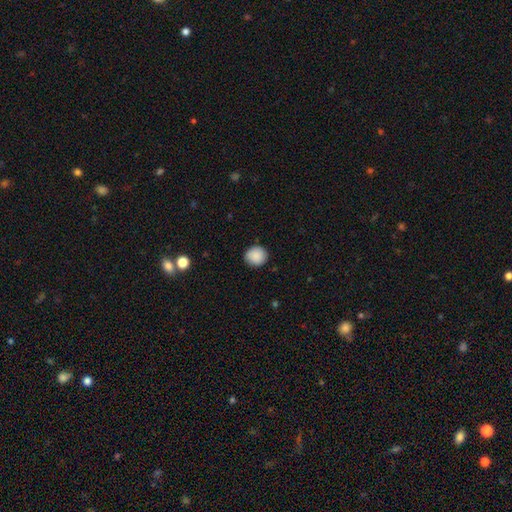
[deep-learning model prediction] A smooth galaxy with no disk features (89%) that is round (88%).

Vote fractions:
- Smooth or featured? smooth: 89% / star or artifact: 8% / featured or disk: 3%
- How rounded? round: 88% / in between: 11% / cigar-shaped: 1%
- Merging? none: 89% / minor disturbance: 8% / major disturbance: 2% / merger: 1%